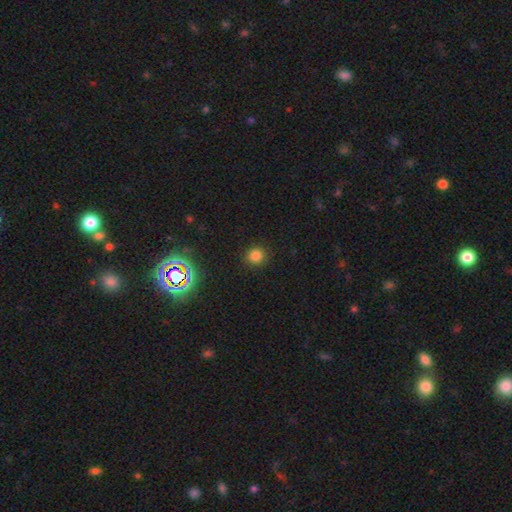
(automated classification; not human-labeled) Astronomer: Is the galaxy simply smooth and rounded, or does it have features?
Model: smooth — 80%.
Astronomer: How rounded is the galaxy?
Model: round — 89%.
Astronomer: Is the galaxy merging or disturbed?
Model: none — 89%.